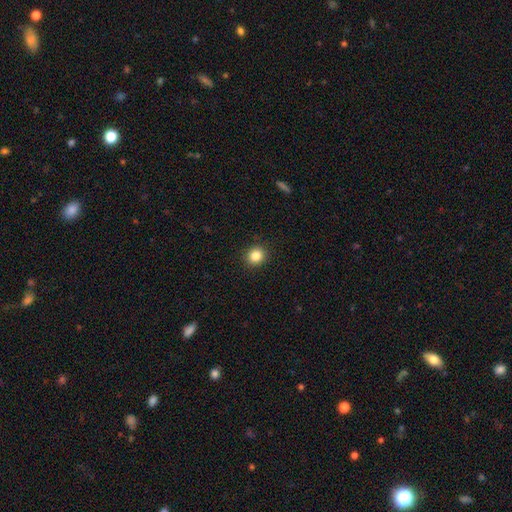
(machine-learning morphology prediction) The model was most divided on "how rounded": round: 84%, in between: 15%, cigar-shaped: 1%. More confident: merging — none (92%); smooth or featured — smooth (85%).